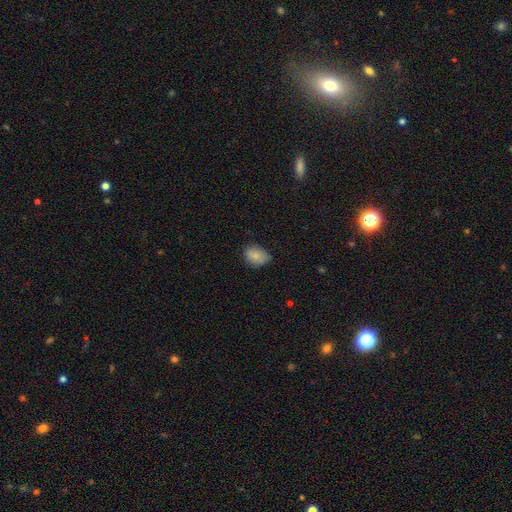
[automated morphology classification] This appears to be a smooth galaxy with no disk features (81%) that is in between round and cigar-shaped (67%). Merging: none (60%).